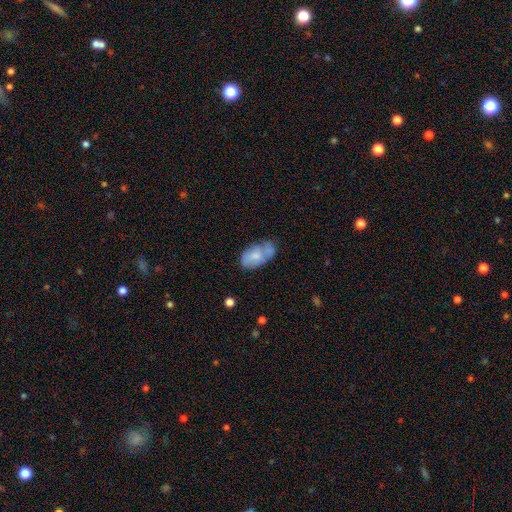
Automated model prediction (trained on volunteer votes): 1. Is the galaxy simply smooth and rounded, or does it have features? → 62% smooth, 30% featured or disk, 7% star or artifact.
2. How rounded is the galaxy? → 92% in between, 6% round, 2% cigar-shaped.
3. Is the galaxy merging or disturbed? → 38% none, 27% minor disturbance, 24% merger, 11% major disturbance.